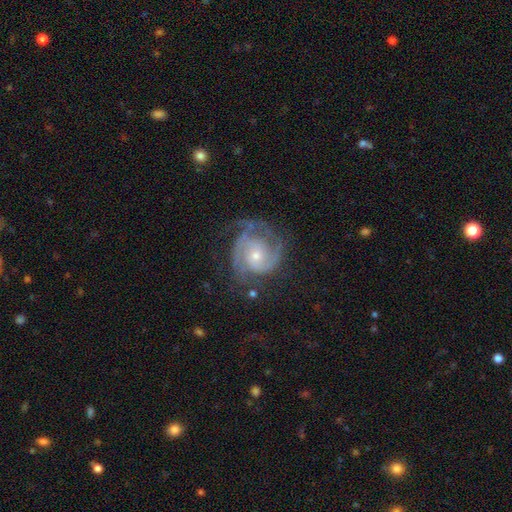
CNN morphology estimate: smooth-or-featured: featured or disk: 89% | smooth: 6% | star or artifact: 5%
  disk-edge-on: no: 98% | yes: 2%
    bar: no: 70% | weak: 25% | strong: 5%
    has-spiral-arms: yes: 97% | no: 3%
      spiral-winding: tight: 54% | medium: 38% | loose: 8%
      spiral-arm-count: 2: 52% | 3: 24% | can't tell: 12% | 4: 4% | 1: 4% | more than 4: 4%
    bulge-size: small: 61% | moderate: 35% | large: 2% | none: 1% | dominant: 1%
  merging: none: 65% | minor disturbance: 20% | major disturbance: 13% | merger: 2%